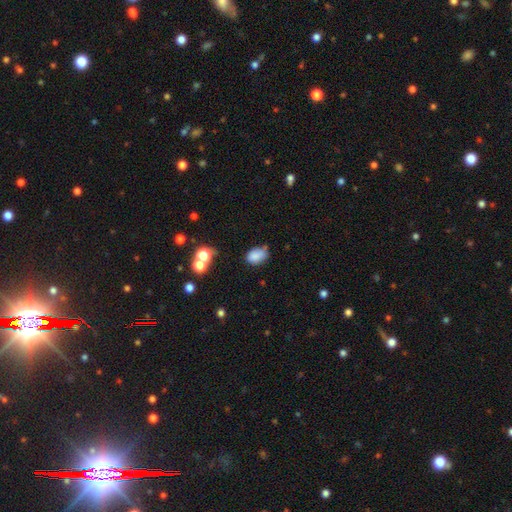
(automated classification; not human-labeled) The model was most divided on "merging": none: 55%, minor disturbance: 31%, major disturbance: 8%, merger: 7%. More confident: how rounded — in between (82%); smooth or featured — smooth (81%).